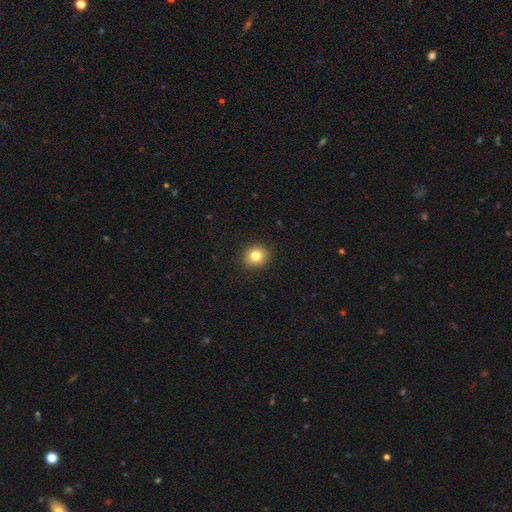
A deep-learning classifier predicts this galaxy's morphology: The model was most divided on "how rounded": round: 74%, in between: 26%, cigar-shaped: 1%. More confident: merging — none (91%); smooth or featured — smooth (81%).